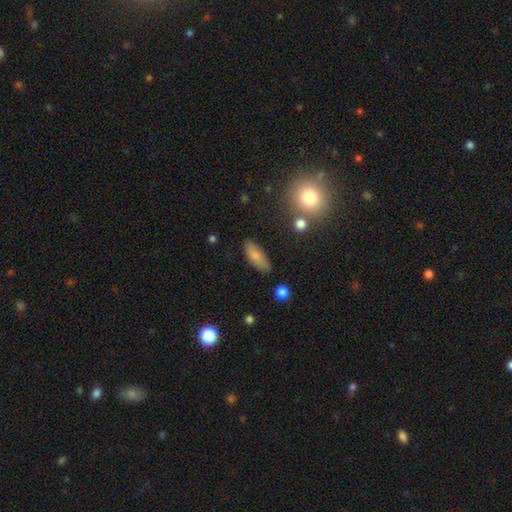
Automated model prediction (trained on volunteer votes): Smooth or featured? smooth (80%)
How rounded? in between (70%)
Merging? none (78%)